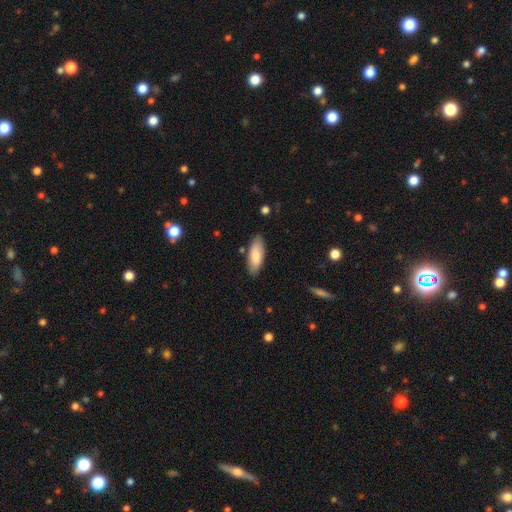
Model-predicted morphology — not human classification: A smooth galaxy with no disk features (81%) that is in between round and cigar-shaped (79%).

Vote fractions:
- Smooth or featured? smooth: 81% / featured or disk: 13% / star or artifact: 6%
- How rounded? in between: 79% / cigar-shaped: 20% / round: 2%
- Merging? none: 84% / minor disturbance: 12% / major disturbance: 2% / merger: 2%